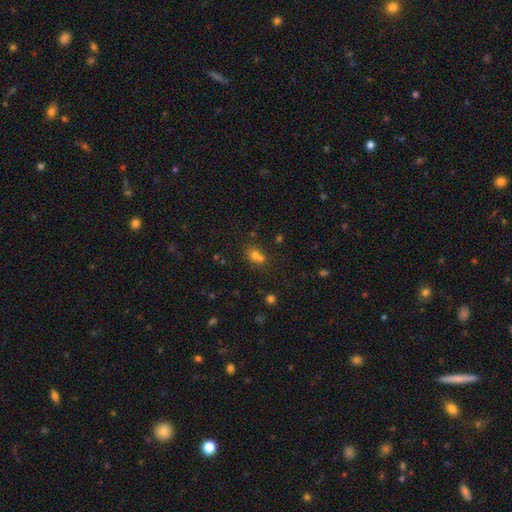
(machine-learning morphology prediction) A smooth galaxy with no disk features (68%) that is round (58%). Merging: merger (45%).